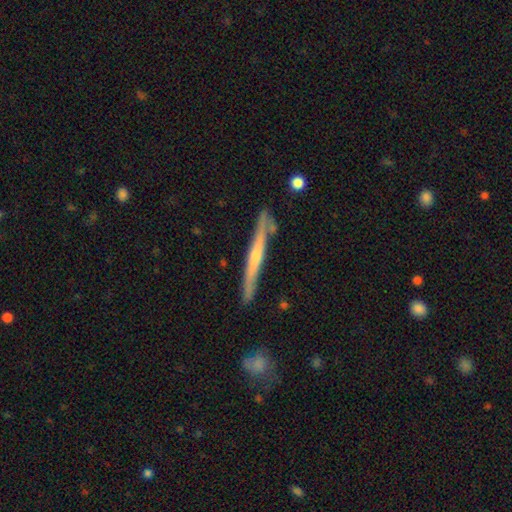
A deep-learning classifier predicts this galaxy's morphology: type=featured or disk (69%); edge-on=yes (96%); edge-on bulge=rounded (55%); merging=none (83%).